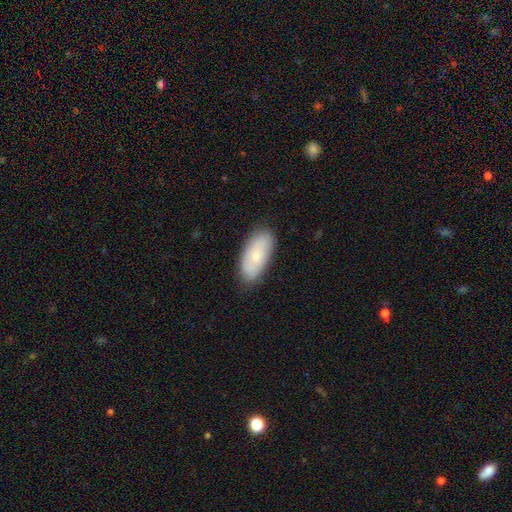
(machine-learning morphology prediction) Smooth or featured: smooth — 70% (featured or disk — 23%)
How rounded: in between — 90% (cigar-shaped — 7%)
Merging: none — 82% (minor disturbance — 14%)